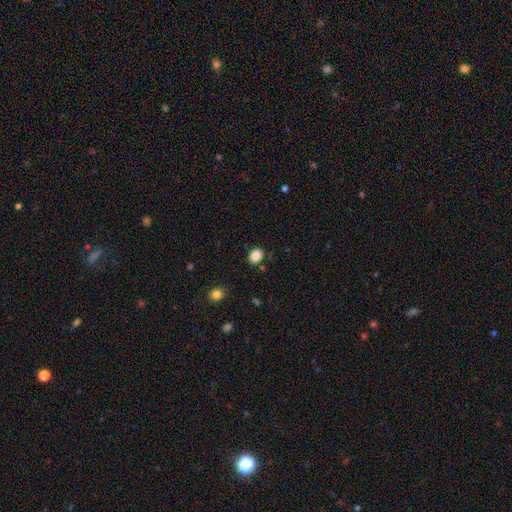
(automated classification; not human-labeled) Q: Smooth or featured?
A: smooth (86%); runner-up: star or artifact (10%)
Q: How rounded?
A: in between (52%); runner-up: round (47%)
Q: Merging?
A: none (83%); runner-up: minor disturbance (11%)